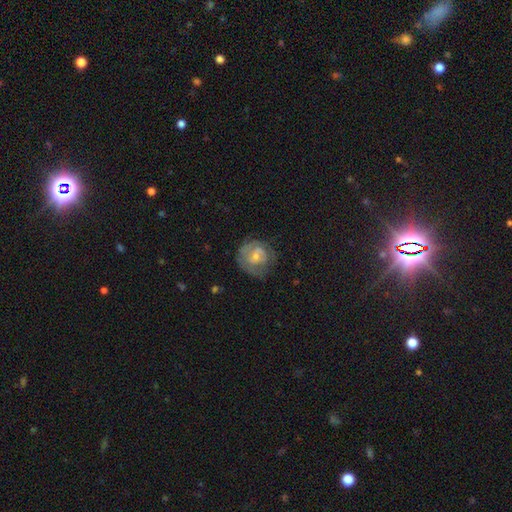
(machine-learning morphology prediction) Overall: featured or disk (57%; smooth 36%). Edge-on disk: no (97%). Bar: no (57%; weak 36%). Spiral arms: yes (70%). Bulge size: small (54%; moderate 37%). Merging: none (59%; minor disturbance 24%).